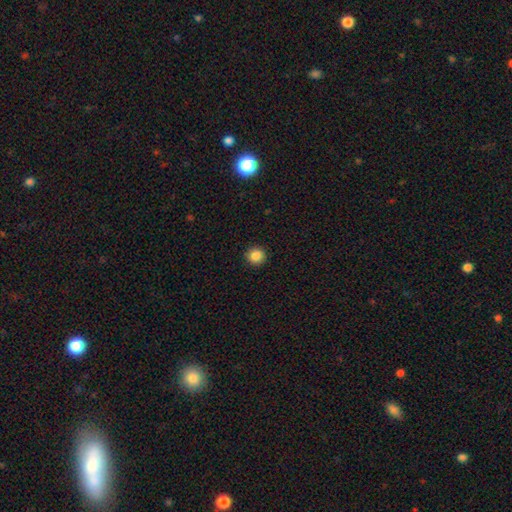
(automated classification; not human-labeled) This is clearly a smooth galaxy (86%). How rounded: clearly round (94%). Merging: clearly none (92%).